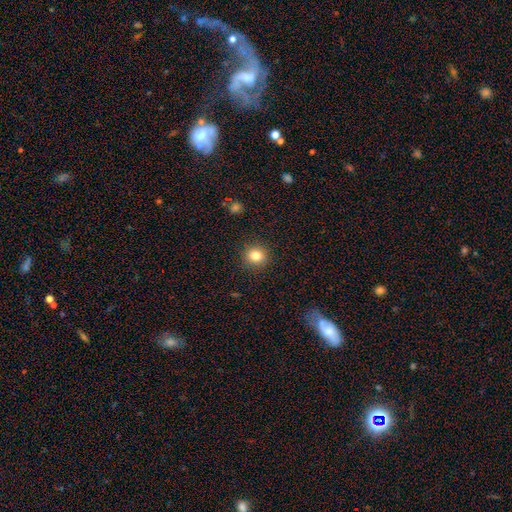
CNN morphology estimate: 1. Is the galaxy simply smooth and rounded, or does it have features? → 82% smooth, 12% star or artifact, 7% featured or disk.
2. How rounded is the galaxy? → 87% round, 12% in between, 1% cigar-shaped.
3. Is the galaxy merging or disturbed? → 91% none, 6% minor disturbance, 2% major disturbance, 1% merger.